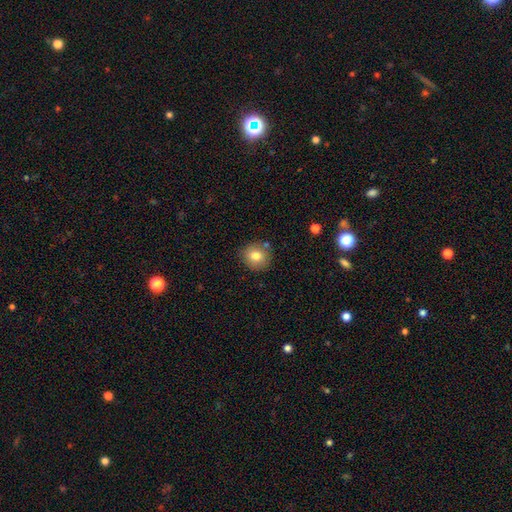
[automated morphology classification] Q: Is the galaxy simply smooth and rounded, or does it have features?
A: smooth — 79%.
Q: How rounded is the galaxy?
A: round — 88%.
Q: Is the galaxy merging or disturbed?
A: none — 80%.